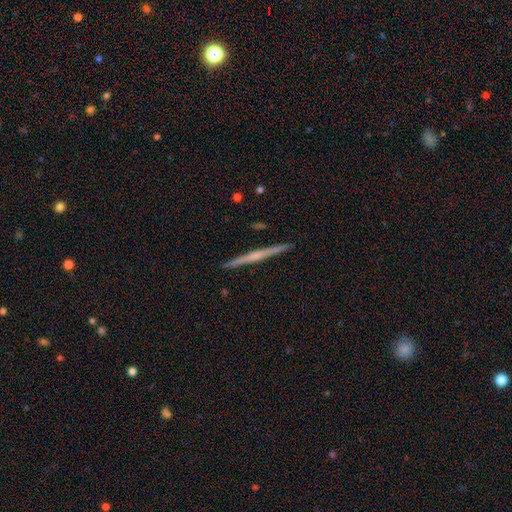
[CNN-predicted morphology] type=featured or disk (69%); edge-on=yes (99%); edge-on bulge=none (47%); merging=none (93%).